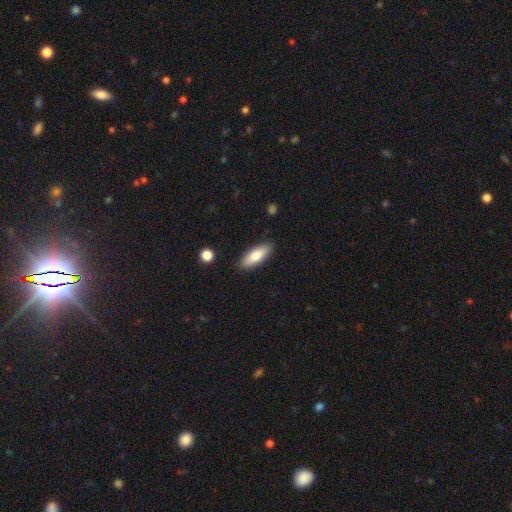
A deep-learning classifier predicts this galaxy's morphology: type=smooth (77%); roundness=in between (69%); merging=none (87%).